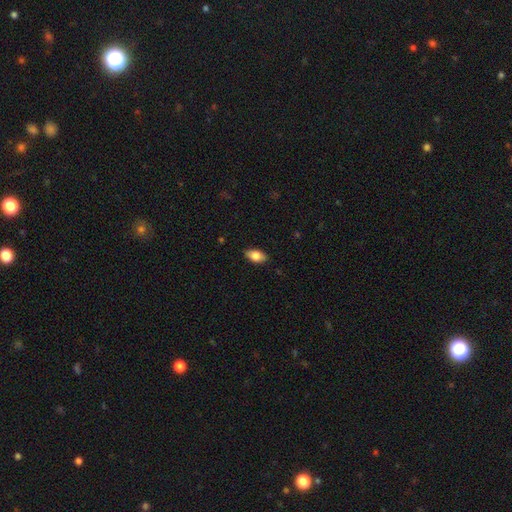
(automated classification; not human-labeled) Q: Smooth or featured?
A: smooth (82%); runner-up: featured or disk (11%)
Q: How rounded?
A: in between (92%); runner-up: round (5%)
Q: Merging?
A: none (87%); runner-up: minor disturbance (10%)